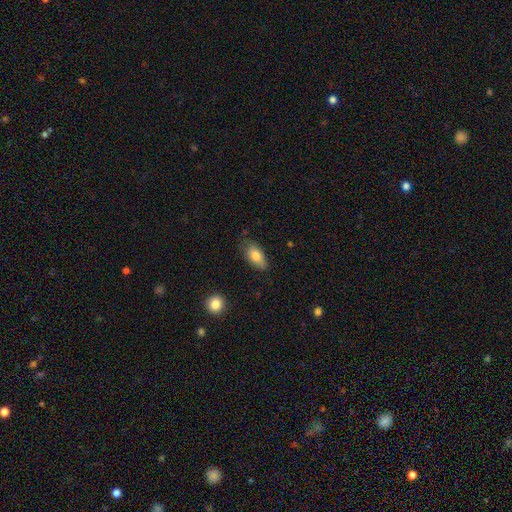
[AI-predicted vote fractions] smooth 80%, featured or disk 13%, star or artifact 7%. Down the decision tree: how rounded — in between (89%); merging — none (72%).